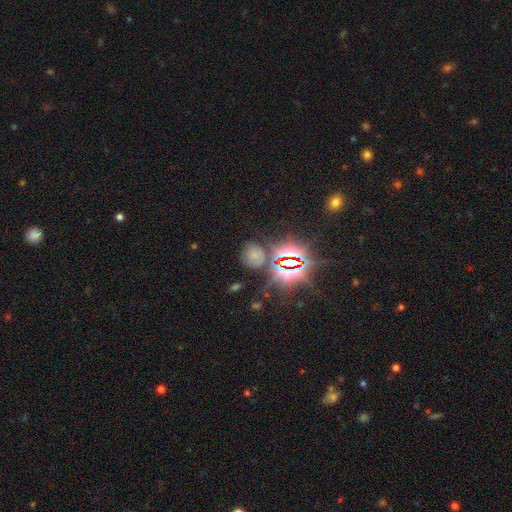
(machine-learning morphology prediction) This appears to be a smooth galaxy with no disk features (45%). Merging: none (72%).